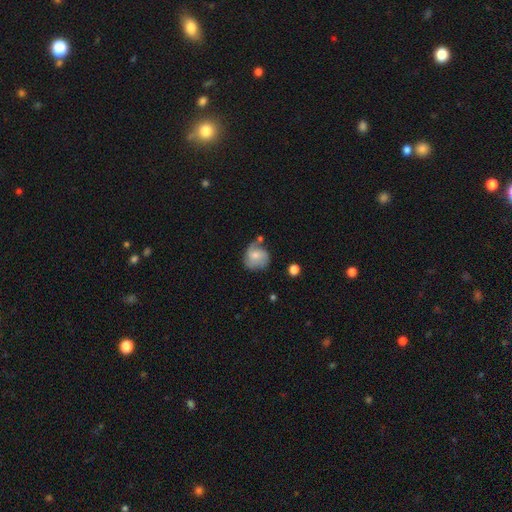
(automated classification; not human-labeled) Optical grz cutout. It shows a featured or disk galaxy (52%) with no bar (65%), spiral arms (84%) and a moderate central bulge (43%). Merging: none (52%).